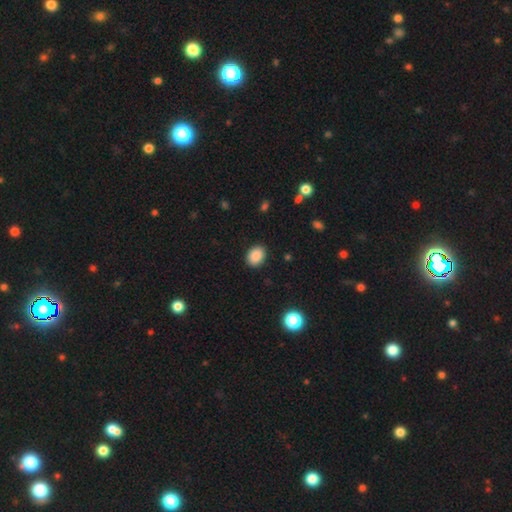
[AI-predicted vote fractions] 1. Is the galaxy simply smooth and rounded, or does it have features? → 88% smooth, 8% star or artifact, 3% featured or disk.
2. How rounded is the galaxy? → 63% in between, 36% round, 1% cigar-shaped.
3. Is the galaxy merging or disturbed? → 89% none, 8% minor disturbance, 2% major disturbance, 1% merger.